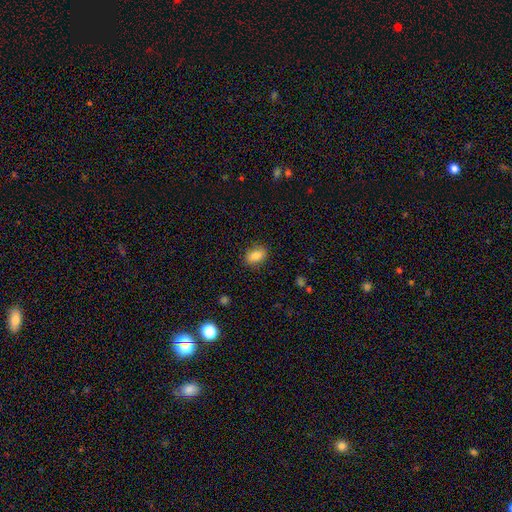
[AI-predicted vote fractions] Smooth or featured: smooth — 83% (featured or disk — 9%)
How rounded: in between — 78% (round — 20%)
Merging: none — 85% (minor disturbance — 11%)